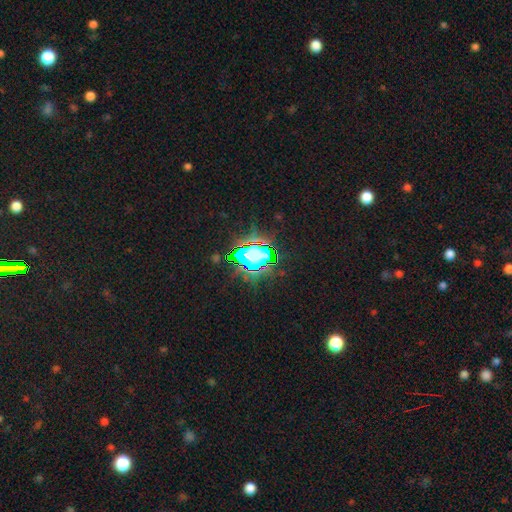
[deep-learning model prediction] This appears to be a star or artifact, not a galaxy (83%).